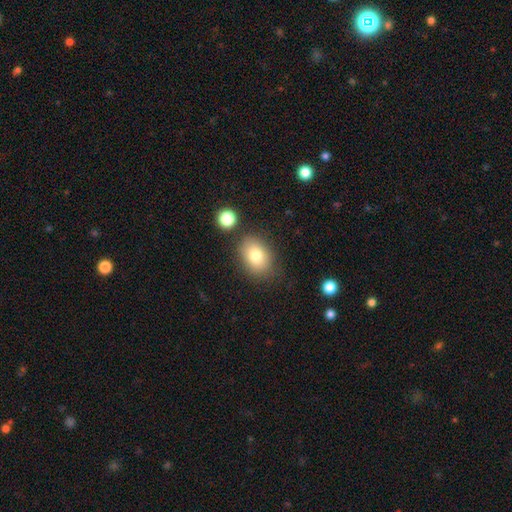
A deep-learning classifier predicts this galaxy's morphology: smooth_or_featured: smooth (p=0.79) [alt: featured or disk p=0.11]
how_rounded: in between (p=0.71) [alt: round p=0.28]
merging: none (p=0.76) [alt: minor disturbance p=0.13]